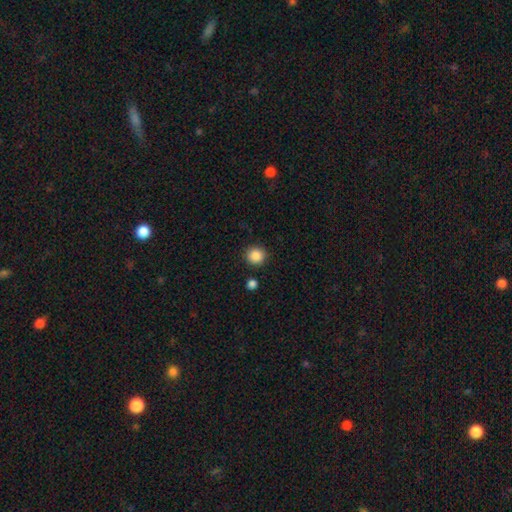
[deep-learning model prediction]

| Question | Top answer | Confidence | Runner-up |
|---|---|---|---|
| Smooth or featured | smooth | 87% | star or artifact (10%) |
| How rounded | round | 92% | in between (7%) |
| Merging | none | 89% | minor disturbance (6%) |